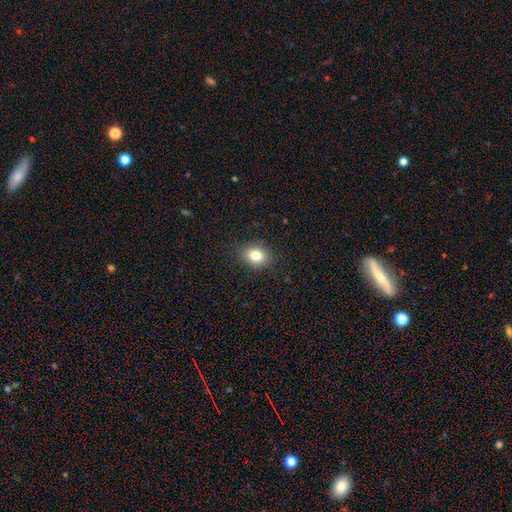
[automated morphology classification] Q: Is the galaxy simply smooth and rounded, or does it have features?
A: smooth — 81%.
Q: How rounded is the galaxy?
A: in between — 53%.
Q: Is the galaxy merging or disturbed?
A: none — 88%.